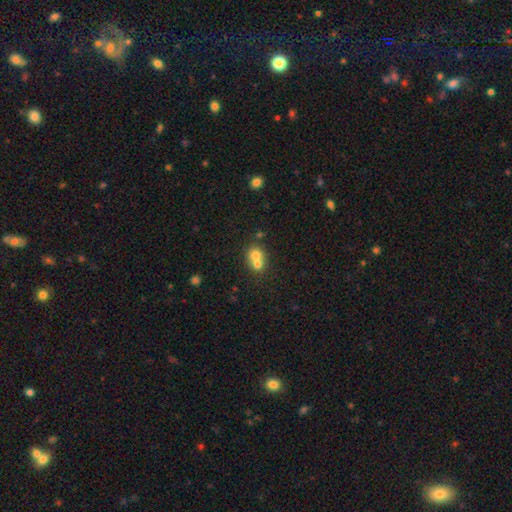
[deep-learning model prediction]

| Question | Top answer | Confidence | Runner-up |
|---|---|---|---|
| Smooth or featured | smooth | 71% | featured or disk (18%) |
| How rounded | round | 75% | in between (24%) |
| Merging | merger | 65% | none (27%) |